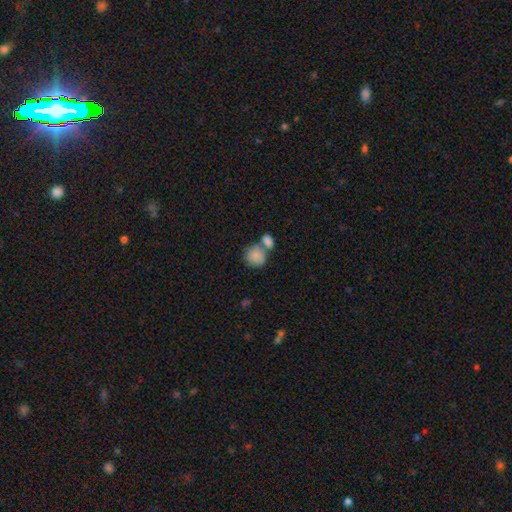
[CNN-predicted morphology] The model was most divided on "merging": merger: 47%, none: 36%, minor disturbance: 11%, major disturbance: 6%. More confident: smooth or featured — smooth (83%); how rounded — round (75%).